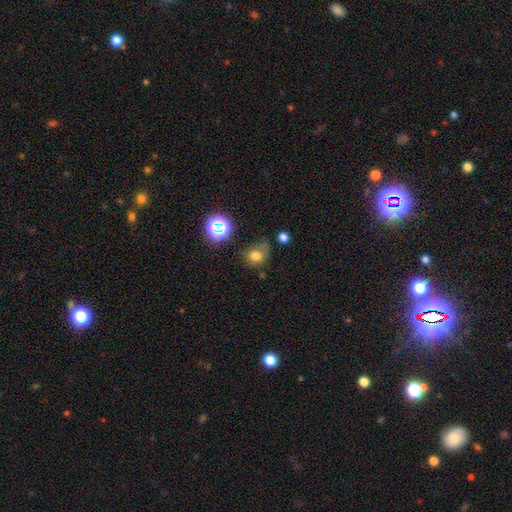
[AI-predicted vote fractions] Smooth or featured? smooth (72%)
How rounded? round (60%)
Merging? none (41%)